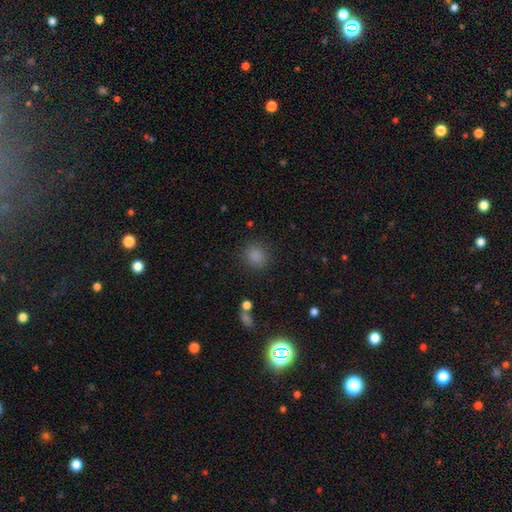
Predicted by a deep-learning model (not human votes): This appears to be a smooth galaxy with no disk features (84%) that is round (81%). Merging: none (86%).